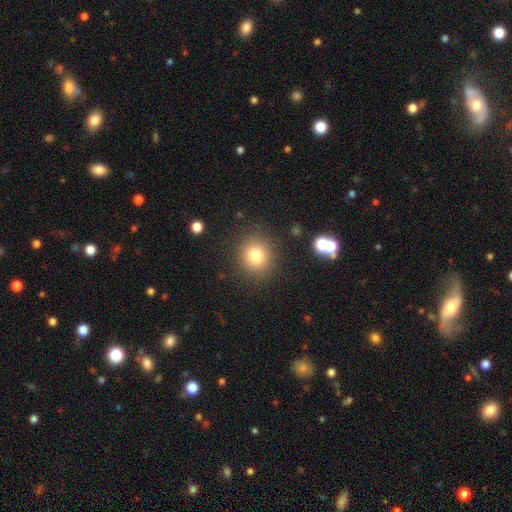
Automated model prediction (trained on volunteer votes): This appears to be a smooth galaxy with no disk features (78%) that is round (88%). Merging: none (87%).